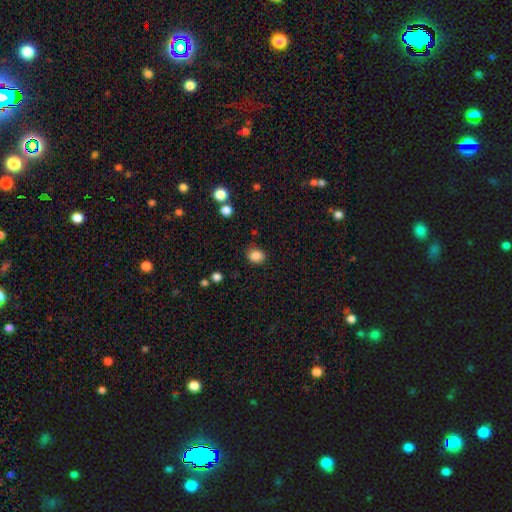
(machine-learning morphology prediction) smooth 86%, star or artifact 10%, featured or disk 4%. Down the decision tree: how rounded — round (56%); merging — none (84%).